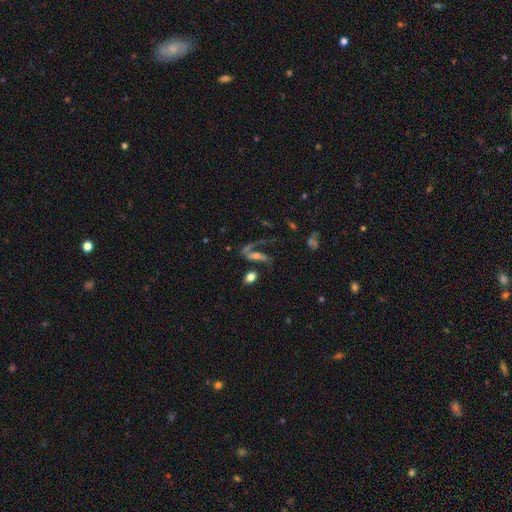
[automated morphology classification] A featured or disk galaxy (53%). Merging: none (35%, tied with major disturbance).